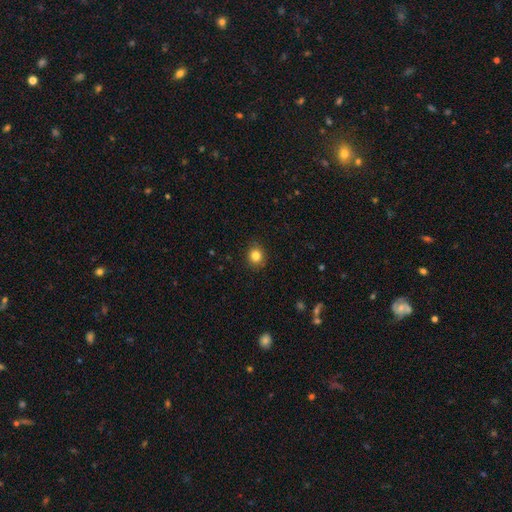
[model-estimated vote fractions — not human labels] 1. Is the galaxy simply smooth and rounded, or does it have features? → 83% smooth, 11% star or artifact, 6% featured or disk.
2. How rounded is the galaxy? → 81% round, 18% in between, 1% cigar-shaped.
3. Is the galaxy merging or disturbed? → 89% none, 8% minor disturbance, 2% major disturbance, 1% merger.